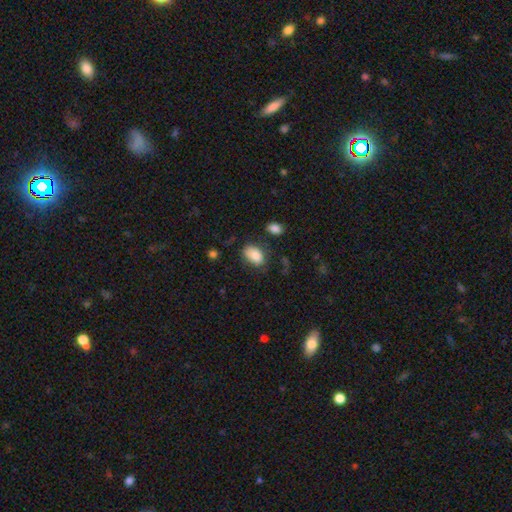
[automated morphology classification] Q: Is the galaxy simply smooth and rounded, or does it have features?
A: smooth — 85%.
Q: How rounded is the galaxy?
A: in between — 88%.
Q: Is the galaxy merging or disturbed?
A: none — 67%.